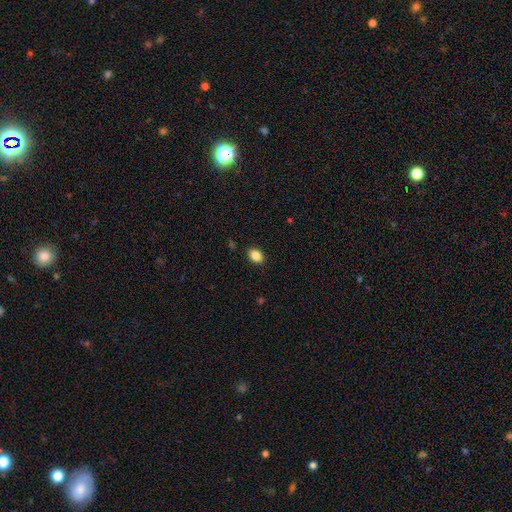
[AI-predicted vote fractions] The model was most divided on "how rounded": in between: 78%, round: 20%, cigar-shaped: 1%. More confident: merging — none (89%); smooth or featured — smooth (86%).